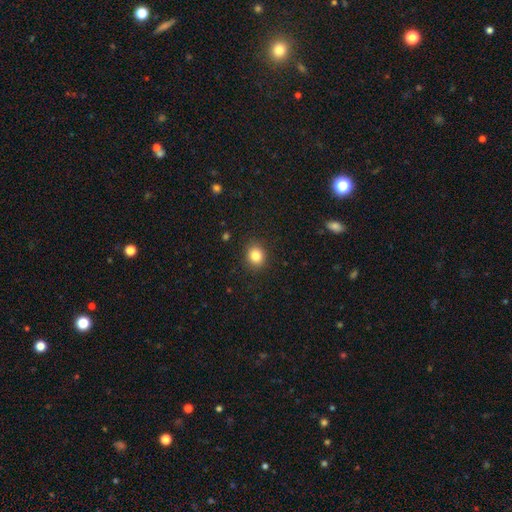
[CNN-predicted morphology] Overall: smooth (84%). How rounded: round (76%). Merging: none (89%).